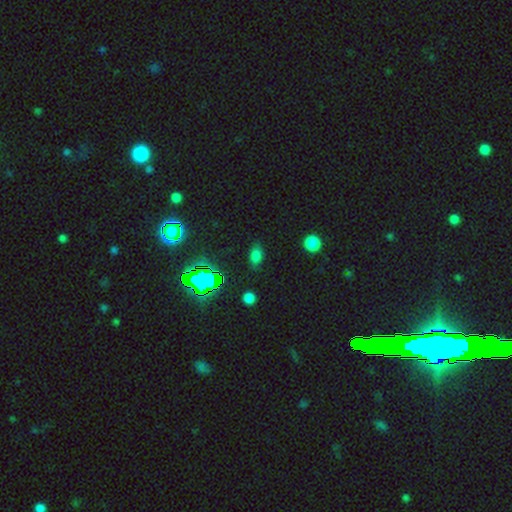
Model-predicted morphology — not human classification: This appears to be a smooth galaxy with no disk features (66%) that is in between round and cigar-shaped (85%). Merging: none (80%).